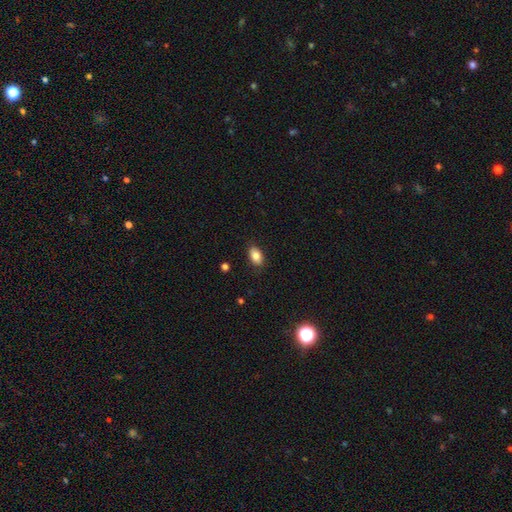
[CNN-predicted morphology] Smooth or featured? smooth (84%)
How rounded? in between (89%)
Merging? none (86%)